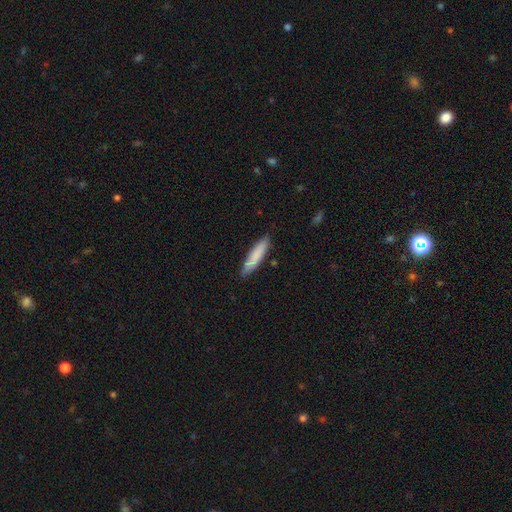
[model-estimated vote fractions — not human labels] smooth 81%, featured or disk 13%, star or artifact 6%. Down the decision tree: how rounded — cigar-shaped (83%); merging — none (83%).